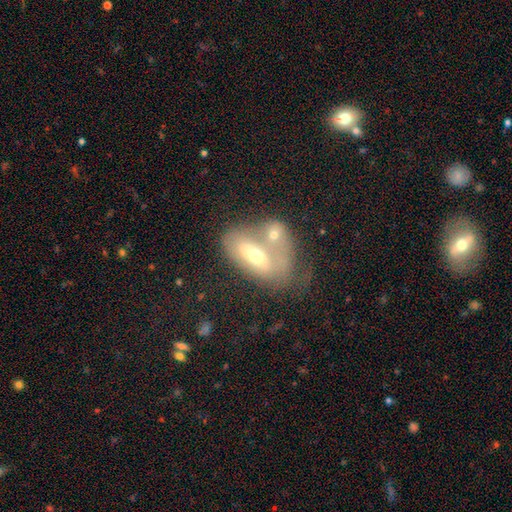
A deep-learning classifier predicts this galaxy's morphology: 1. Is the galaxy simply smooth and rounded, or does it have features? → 49% smooth, 43% featured or disk, 8% star or artifact.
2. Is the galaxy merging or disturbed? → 66% merger, 14% none, 11% major disturbance, 9% minor disturbance.